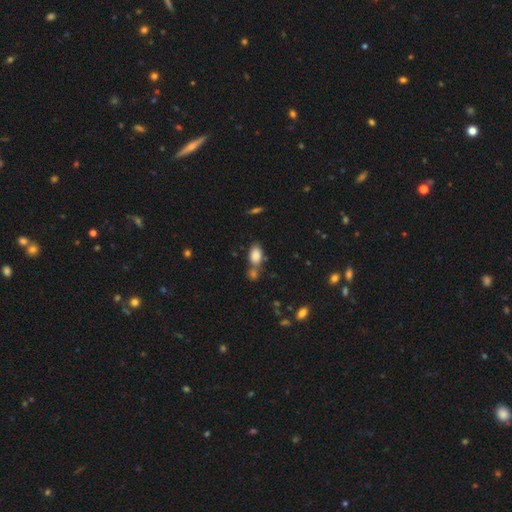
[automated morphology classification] smooth 85%, star or artifact 9%, featured or disk 6%. Down the decision tree: how rounded — in between (90%); merging — none (50%).